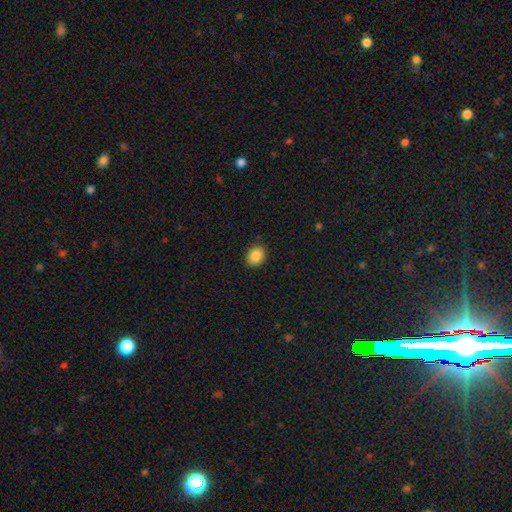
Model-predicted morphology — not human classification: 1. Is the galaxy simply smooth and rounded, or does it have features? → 87% smooth, 8% star or artifact, 4% featured or disk.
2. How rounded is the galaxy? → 58% in between, 41% round, 1% cigar-shaped.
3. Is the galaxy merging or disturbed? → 88% none, 9% minor disturbance, 2% major disturbance, 1% merger.